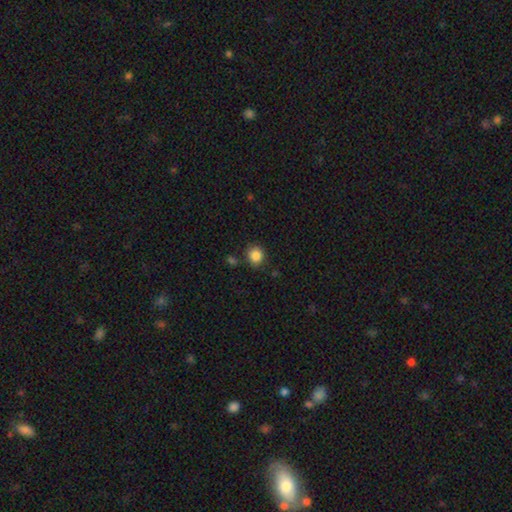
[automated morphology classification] type=smooth (86%); roundness=round (85%); merging=none (82%).